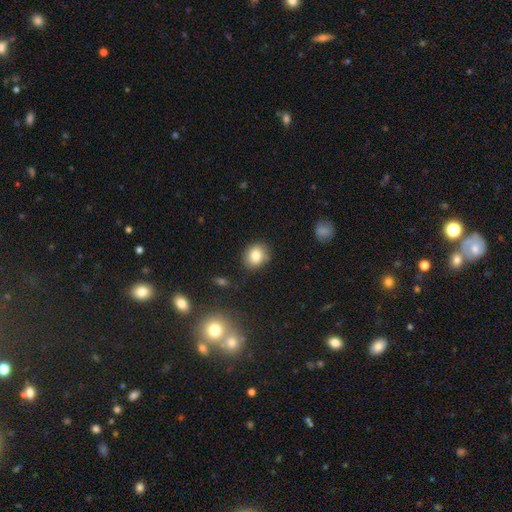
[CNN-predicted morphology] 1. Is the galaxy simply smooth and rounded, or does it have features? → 80% smooth, 11% star or artifact, 10% featured or disk.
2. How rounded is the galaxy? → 66% round, 33% in between, 1% cigar-shaped.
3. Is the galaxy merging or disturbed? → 80% none, 15% minor disturbance, 3% major disturbance, 2% merger.